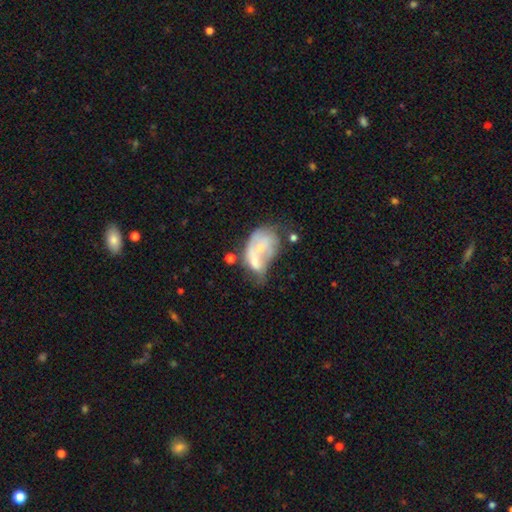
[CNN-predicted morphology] Smooth or featured: featured or disk — 52% (smooth — 40%)
Edge-on disk: no — 97% (yes — 3%)
Merging: merger — 50% (major disturbance — 22%)